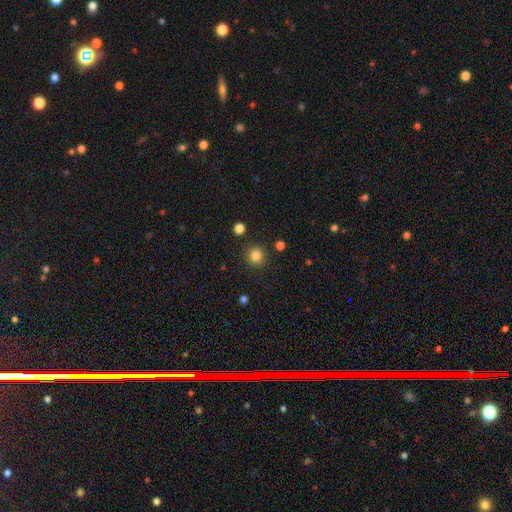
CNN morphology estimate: Smooth or featured? Predicted: smooth (p=0.84). How rounded? Predicted: round (p=0.91). Merging? Predicted: none (p=0.87).